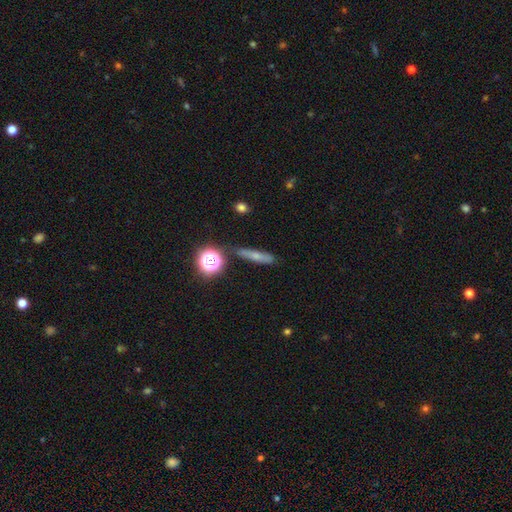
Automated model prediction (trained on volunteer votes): Morphology: type=smooth (56%); roundness=cigar-shaped (71%); merging=none (81%).